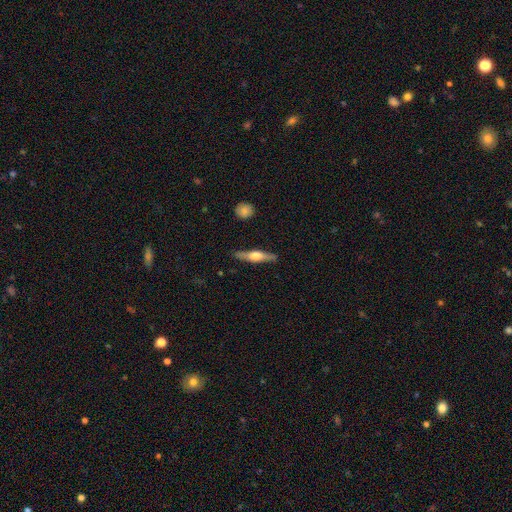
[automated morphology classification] Smooth or featured?
  - featured or disk: 64% *
  - smooth: 31%
  - star or artifact: 5%
Edge-on disk?
  - yes: 96% *
  - no: 4%
Edge-on bulge?
  - rounded: 90% *
  - boxy: 7%
  - none: 3%
Merging?
  - none: 88% *
  - minor disturbance: 9%
  - major disturbance: 2%
  - merger: 1%